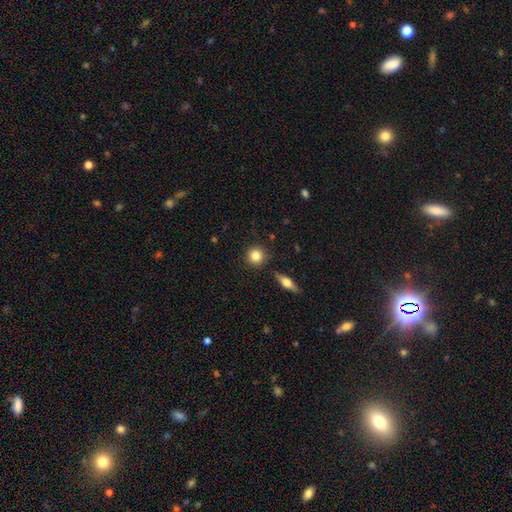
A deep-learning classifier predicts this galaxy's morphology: smooth 83%, star or artifact 8%, featured or disk 8%. Down the decision tree: how rounded — round (92%); merging — none (88%).